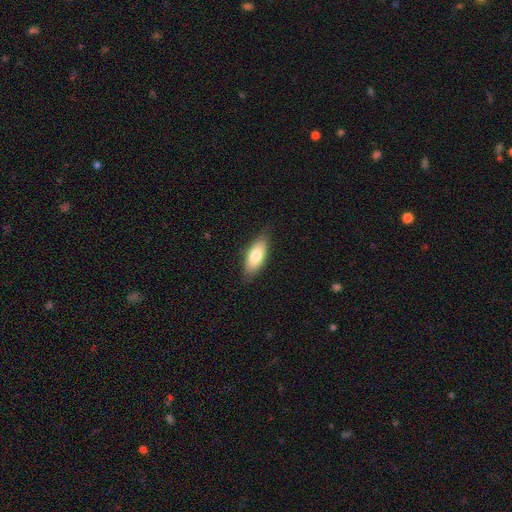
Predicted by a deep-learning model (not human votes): Smooth or featured?
  - smooth: 75% *
  - featured or disk: 19%
  - star or artifact: 6%
How rounded?
  - in between: 78% *
  - cigar-shaped: 20%
  - round: 2%
Merging?
  - none: 82% *
  - minor disturbance: 14%
  - major disturbance: 3%
  - merger: 1%